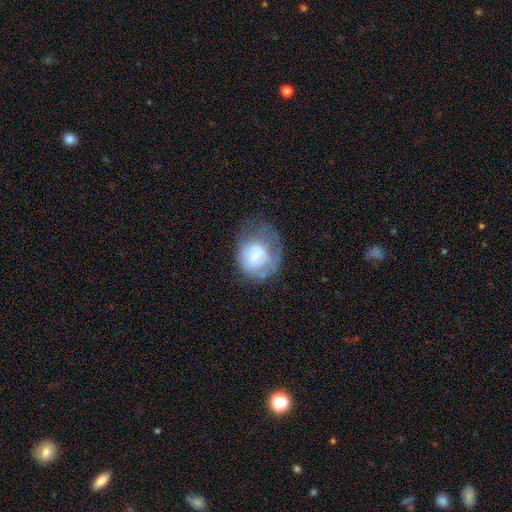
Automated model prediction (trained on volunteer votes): smooth_or_featured: smooth (p=0.54) [alt: featured or disk p=0.37]
how_rounded: round (p=0.65) [alt: in between p=0.34]
merging: major disturbance (p=0.35) [alt: none p=0.33]